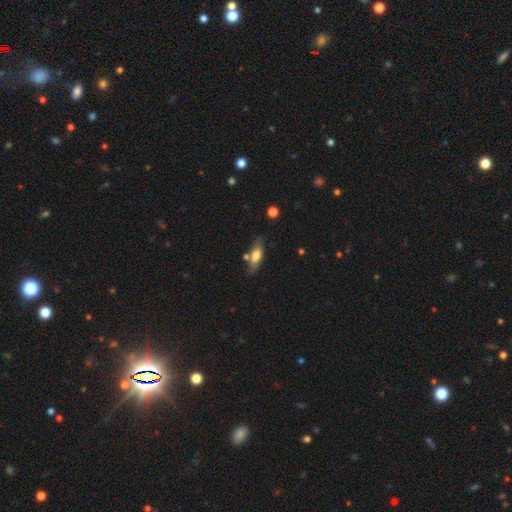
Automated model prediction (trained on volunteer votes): smooth-or-featured: smooth: 64% | featured or disk: 29% | star or artifact: 7%
  how-rounded: in between: 62% | cigar-shaped: 35% | round: 3%
  merging: none: 70% | minor disturbance: 17% | merger: 9% | major disturbance: 4%